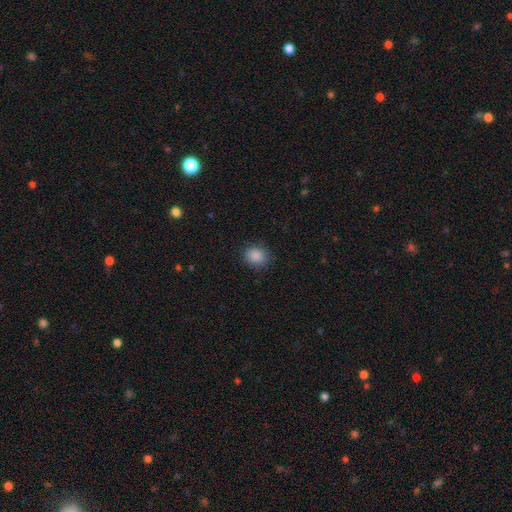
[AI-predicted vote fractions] Smooth or featured? Predicted: smooth (p=0.87). How rounded? Predicted: round (p=0.70). Merging? Predicted: none (p=0.86).